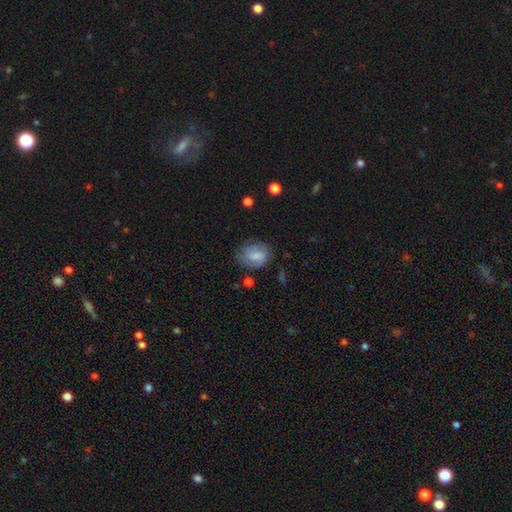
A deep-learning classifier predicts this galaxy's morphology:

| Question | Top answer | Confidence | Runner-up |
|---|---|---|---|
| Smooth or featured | smooth | 71% | featured or disk (21%) |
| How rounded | in between | 59% | round (40%) |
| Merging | none | 66% | minor disturbance (24%) |